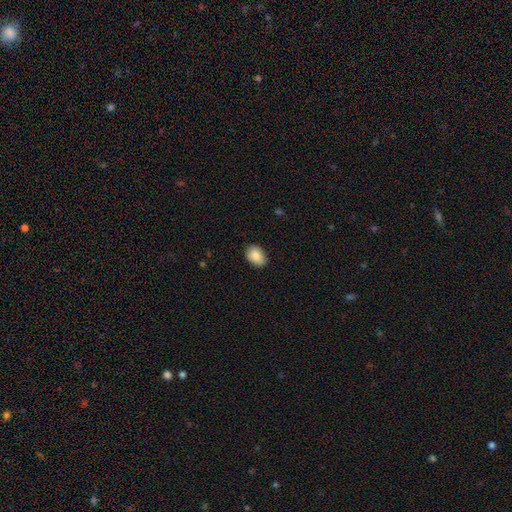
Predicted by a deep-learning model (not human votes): smooth_or_featured: smooth (p=0.87) [alt: star or artifact p=0.07]
how_rounded: in between (p=0.83) [alt: round p=0.16]
merging: none (p=0.83) [alt: minor disturbance p=0.13]